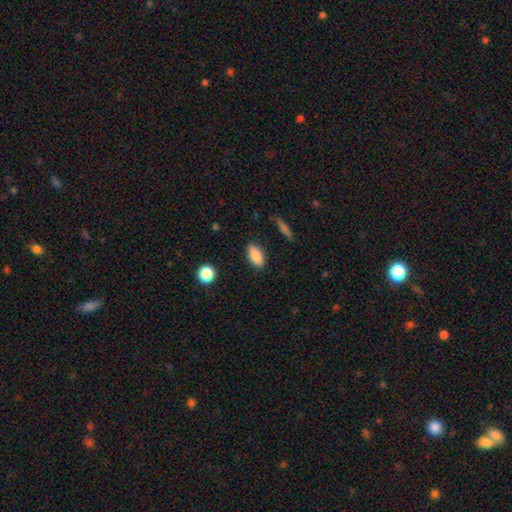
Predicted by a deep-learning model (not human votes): Q: Smooth or featured?
A: smooth (85%); runner-up: star or artifact (8%)
Q: How rounded?
A: in between (87%); runner-up: cigar-shaped (8%)
Q: Merging?
A: none (85%); runner-up: minor disturbance (11%)